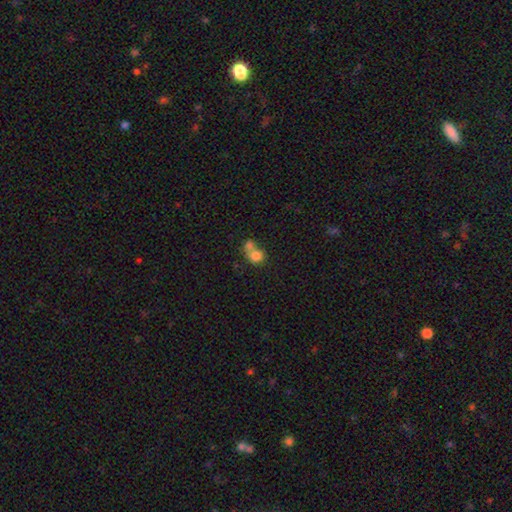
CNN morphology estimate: The model was most divided on "merging": merger: 62%, none: 28%, minor disturbance: 7%, major disturbance: 4%. More confident: smooth or featured — smooth (79%); how rounded — round (73%).